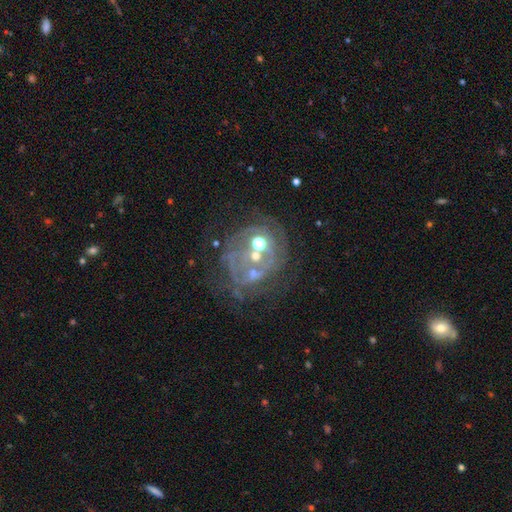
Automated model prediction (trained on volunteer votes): Smooth or featured? Predicted: featured or disk (p=0.69). Edge-on disk? Predicted: no (p=0.97). Bar? Predicted: no (p=0.77). Spiral arms? Predicted: yes (p=0.64). Bulge size? Predicted: moderate (p=0.46). Merging? Predicted: none (p=0.38).